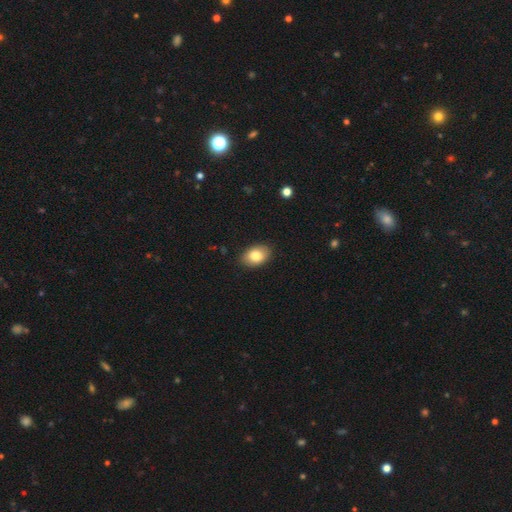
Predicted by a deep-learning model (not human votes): smooth 82%, featured or disk 10%, star or artifact 7%. Down the decision tree: how rounded — in between (85%); merging — none (87%).